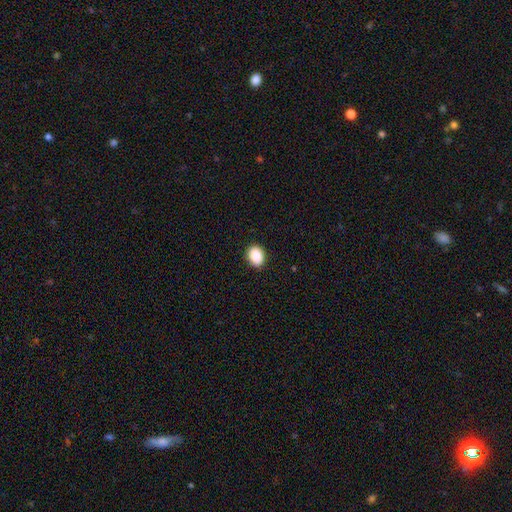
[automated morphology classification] smooth_or_featured: smooth (p=0.89) [alt: star or artifact p=0.08]
how_rounded: in between (p=0.67) [alt: round p=0.32]
merging: none (p=0.89) [alt: minor disturbance p=0.08]